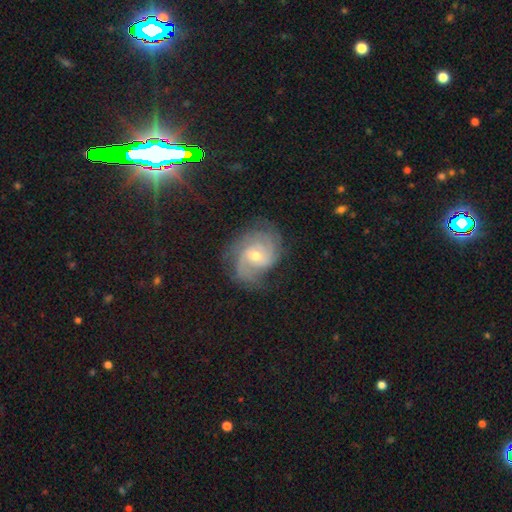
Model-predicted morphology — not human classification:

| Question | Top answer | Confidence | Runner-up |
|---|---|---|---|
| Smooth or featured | featured or disk | 82% | smooth (10%) |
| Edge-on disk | no | 97% | yes (3%) |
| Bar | no | 47% | weak (43%) |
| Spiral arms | yes | 95% | no (5%) |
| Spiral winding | tight | 45% | medium (41%) |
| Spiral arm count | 2 | 35% | 3 (25%) |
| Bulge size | moderate | 49% | small (48%) |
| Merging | none | 67% | minor disturbance (21%) |